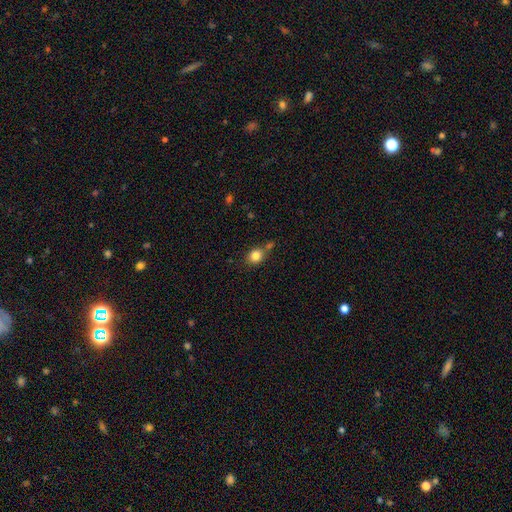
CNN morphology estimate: Smooth or featured: smooth — 83% (star or artifact — 10%)
How rounded: round — 57% (in between — 42%)
Merging: none — 63% (merger — 17%)